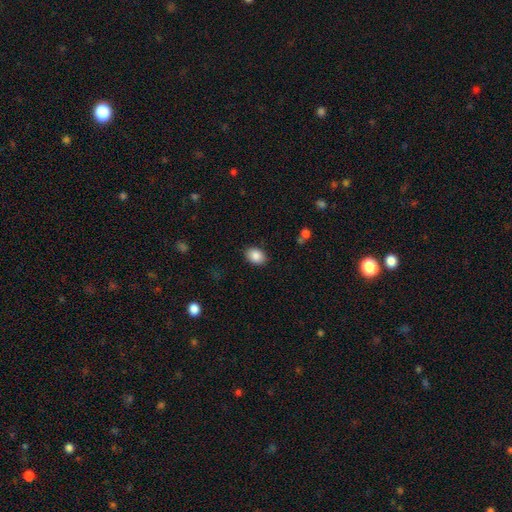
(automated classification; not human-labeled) The model was most divided on "how rounded": in between: 75%, round: 24%, cigar-shaped: 1%. More confident: smooth or featured — smooth (88%); merging — none (87%).